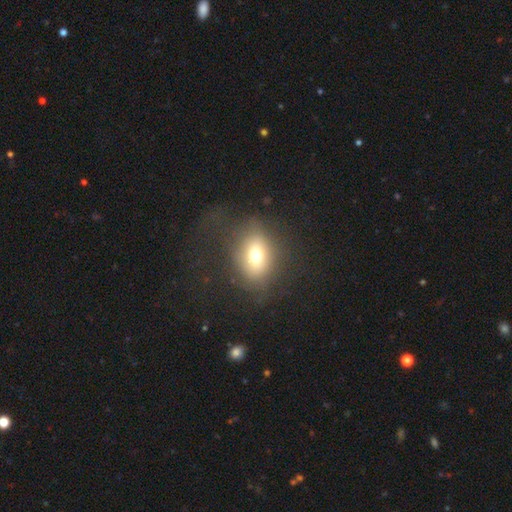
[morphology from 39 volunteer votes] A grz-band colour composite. It shows a smooth galaxy with no disk features (69%) that is round (48%). Merging: none (76%).